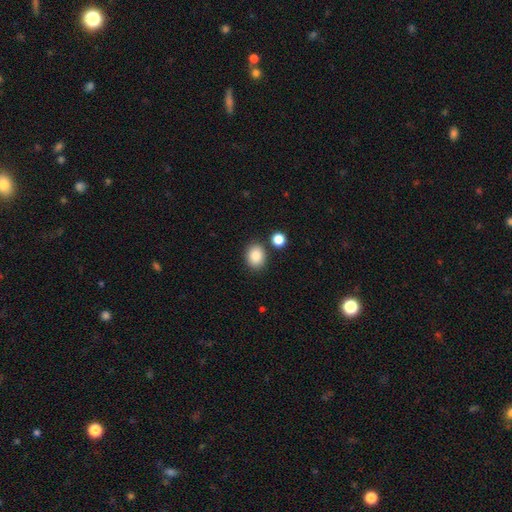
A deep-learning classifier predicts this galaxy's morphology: This appears to be a smooth galaxy with no disk features (86%) that is round (51%). Merging: none (82%).